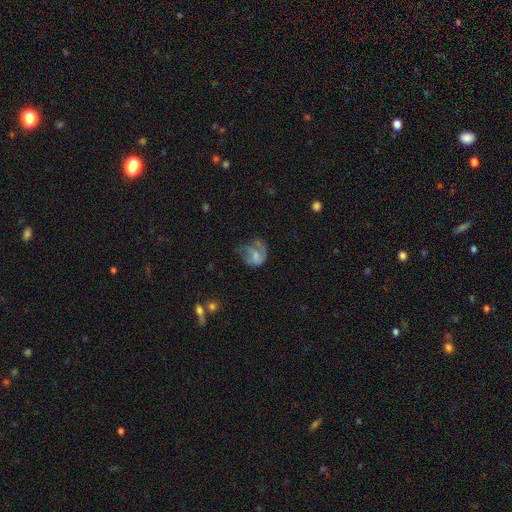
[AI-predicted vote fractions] Smooth or featured? Predicted: smooth (p=0.46). Merging? Predicted: none (p=0.35, tied with major disturbance).